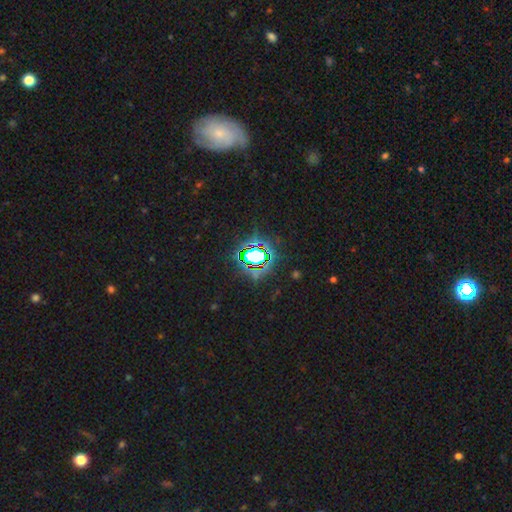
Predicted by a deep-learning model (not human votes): Smooth or featured: star or artifact — 72% (smooth — 18%)